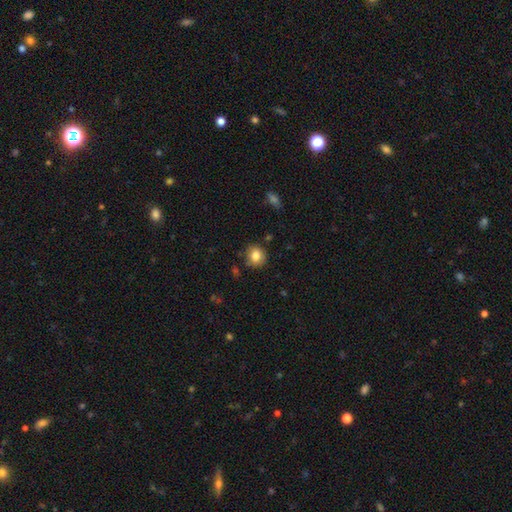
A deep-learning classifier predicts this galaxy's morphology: Smooth or featured?
  - smooth: 82% *
  - star or artifact: 10%
  - featured or disk: 8%
How rounded?
  - round: 81% *
  - in between: 18%
  - cigar-shaped: 1%
Merging?
  - none: 83% *
  - minor disturbance: 11%
  - merger: 3%
  - major disturbance: 3%